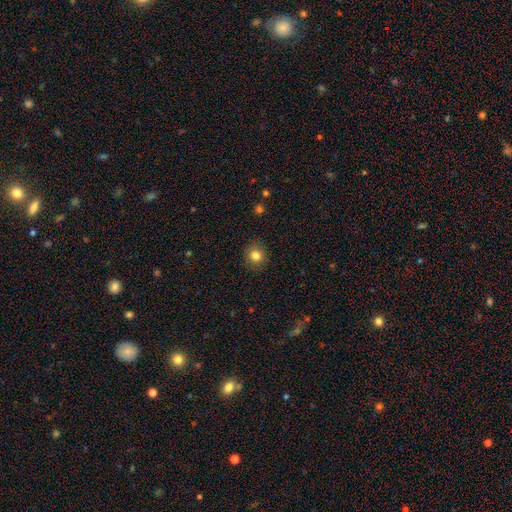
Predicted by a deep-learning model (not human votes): Smooth or featured? smooth (81%)
How rounded? round (84%)
Merging? none (89%)